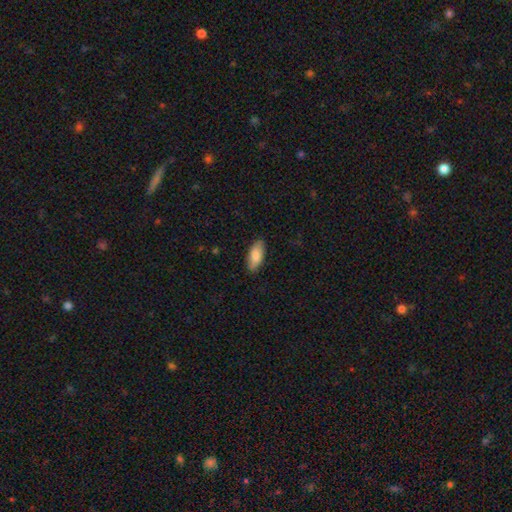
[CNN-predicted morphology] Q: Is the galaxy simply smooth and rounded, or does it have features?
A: smooth — 85%.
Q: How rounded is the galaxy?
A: in between — 84%.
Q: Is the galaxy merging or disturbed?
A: none — 86%.